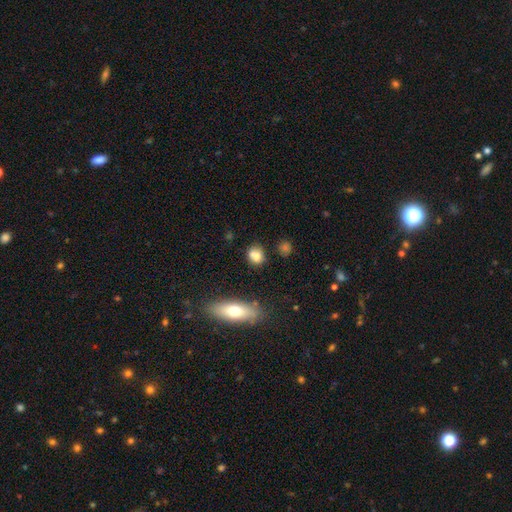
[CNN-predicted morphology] This is likely a smooth galaxy (79%). How rounded: likely round (64%). Merging: likely none (63%).